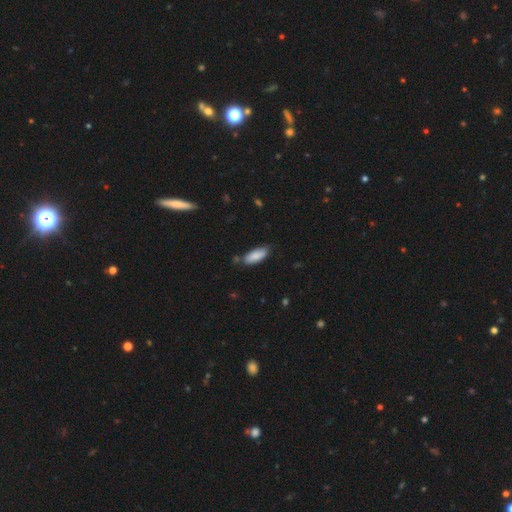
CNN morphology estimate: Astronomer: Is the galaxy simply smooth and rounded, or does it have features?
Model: smooth — 85%.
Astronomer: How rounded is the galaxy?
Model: in between — 77%.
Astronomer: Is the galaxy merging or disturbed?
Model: none — 74%.